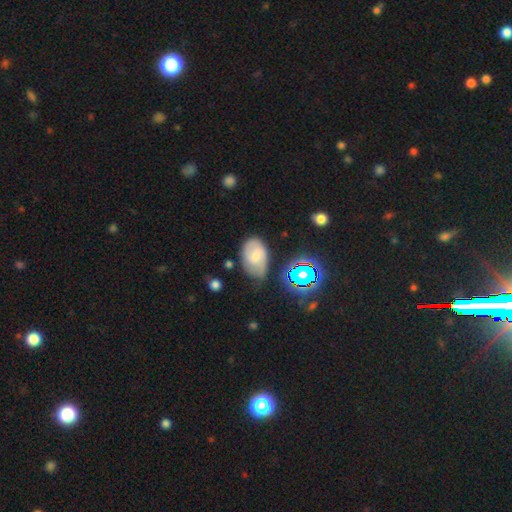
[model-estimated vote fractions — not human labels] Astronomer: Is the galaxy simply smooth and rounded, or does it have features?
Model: smooth — 48% (runner-up: featured or disk, 40%).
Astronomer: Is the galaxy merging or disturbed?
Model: none — 59%.